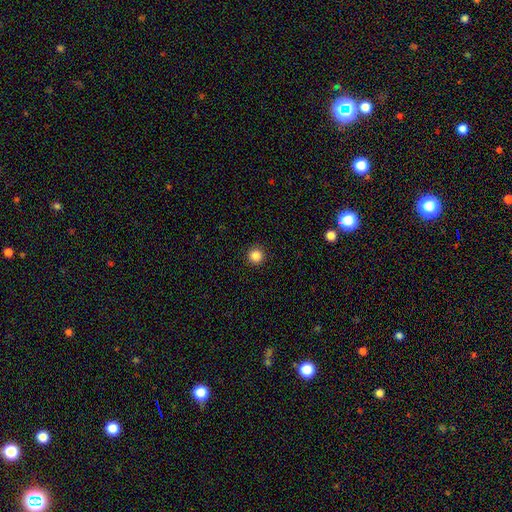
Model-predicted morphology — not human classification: smooth_or_featured: smooth (p=0.86) [alt: star or artifact p=0.11]
how_rounded: round (p=0.96) [alt: in between p=0.03]
merging: none (p=0.93) [alt: minor disturbance p=0.04]